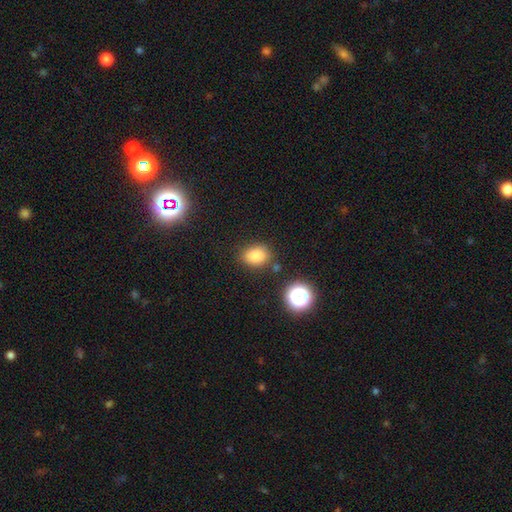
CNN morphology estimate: Smooth or featured: smooth — 83% (star or artifact — 12%)
How rounded: in between — 68% (round — 31%)
Merging: none — 78% (minor disturbance — 14%)